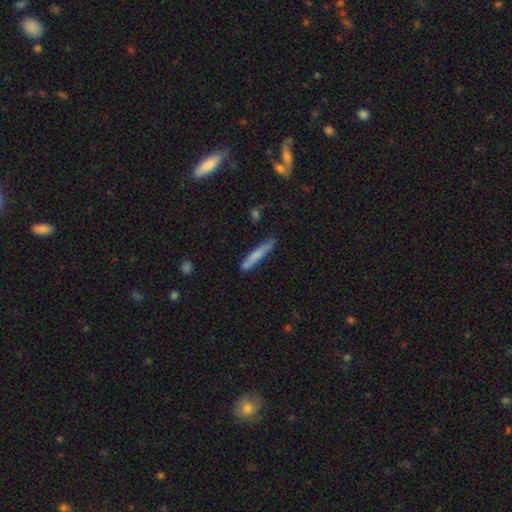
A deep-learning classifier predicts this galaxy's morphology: smooth 66%, featured or disk 28%, star or artifact 6%. Down the decision tree: how rounded — cigar-shaped (94%); merging — none (74%).